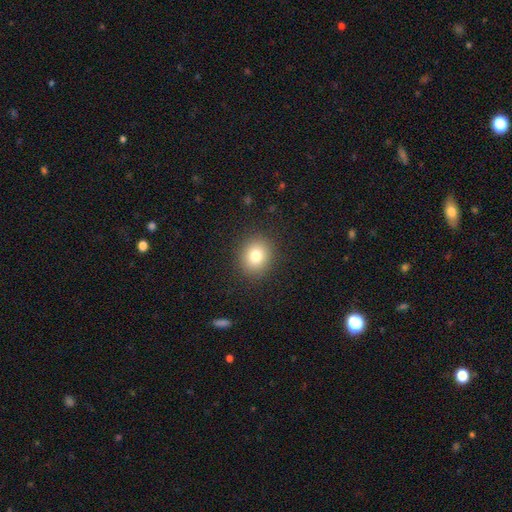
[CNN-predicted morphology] A smooth galaxy with no disk features (79%) that is round (78%). Merging: none (89%).